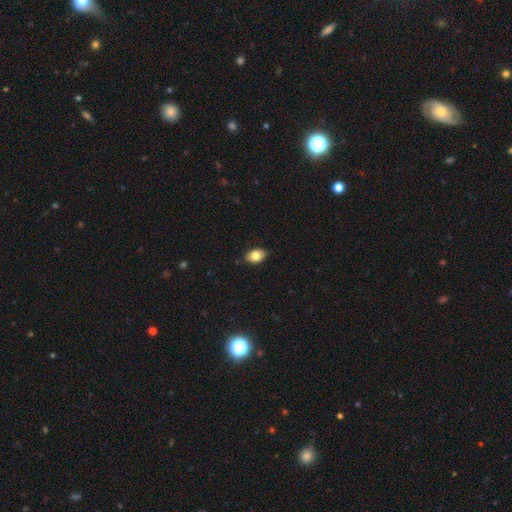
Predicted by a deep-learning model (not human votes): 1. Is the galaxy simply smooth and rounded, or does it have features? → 80% smooth, 12% featured or disk, 8% star or artifact.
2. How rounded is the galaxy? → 87% in between, 11% round, 2% cigar-shaped.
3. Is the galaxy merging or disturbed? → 86% none, 11% minor disturbance, 2% major disturbance, 1% merger.